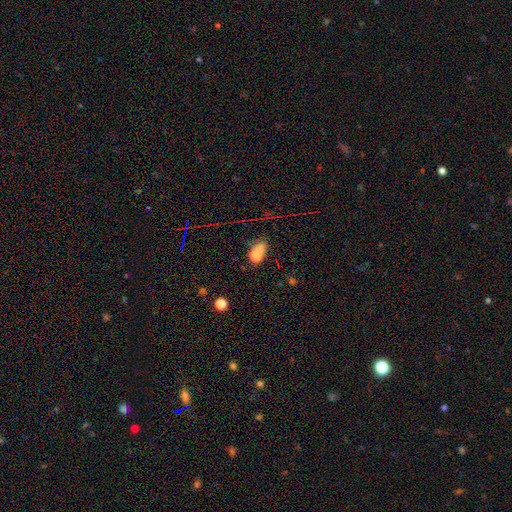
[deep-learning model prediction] smooth-or-featured: smooth: 70% | star or artifact: 15% | featured or disk: 15%
  how-rounded: in between: 61% | round: 36% | cigar-shaped: 3%
  merging: none: 34% | merger: 30% | minor disturbance: 20% | major disturbance: 16%